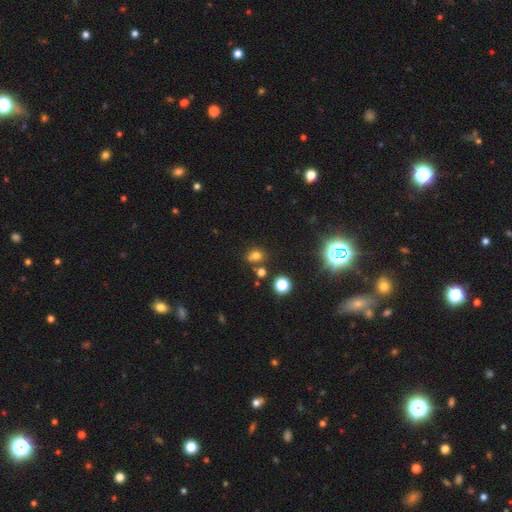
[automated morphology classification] Smooth or featured? smooth (69%)
How rounded? round (55%)
Merging? none (65%)